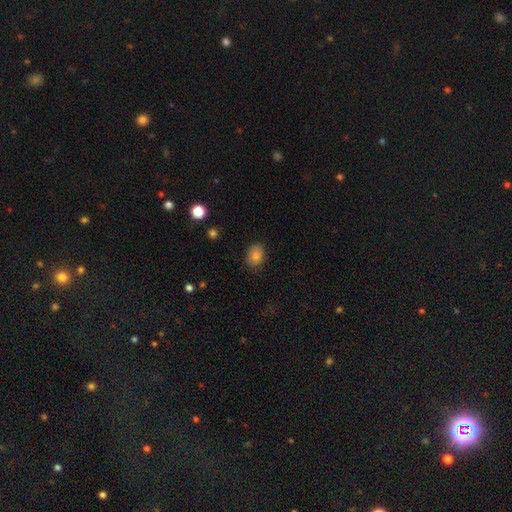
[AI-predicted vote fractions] Smooth or featured: smooth — 82% (featured or disk — 9%)
How rounded: in between — 64% (round — 35%)
Merging: none — 80% (minor disturbance — 15%)